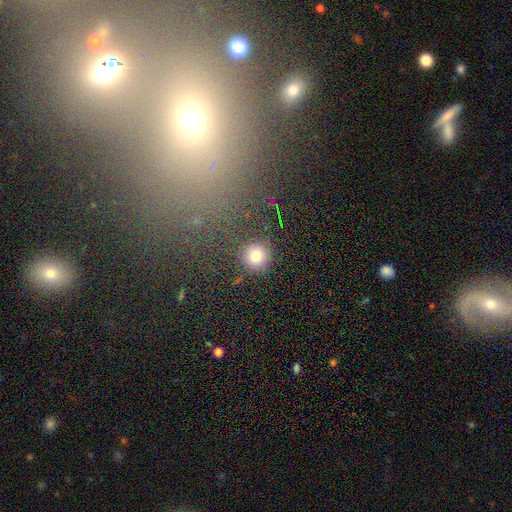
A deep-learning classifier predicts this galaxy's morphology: Smooth or featured: smooth — 74% (star or artifact — 18%)
How rounded: round — 93% (in between — 6%)
Merging: none — 87% (minor disturbance — 8%)